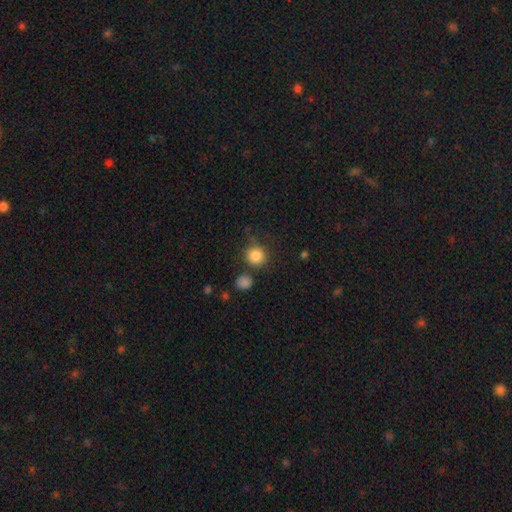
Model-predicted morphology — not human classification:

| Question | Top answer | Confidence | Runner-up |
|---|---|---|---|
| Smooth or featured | smooth | 85% | star or artifact (10%) |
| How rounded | round | 91% | in between (8%) |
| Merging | none | 80% | minor disturbance (9%) |